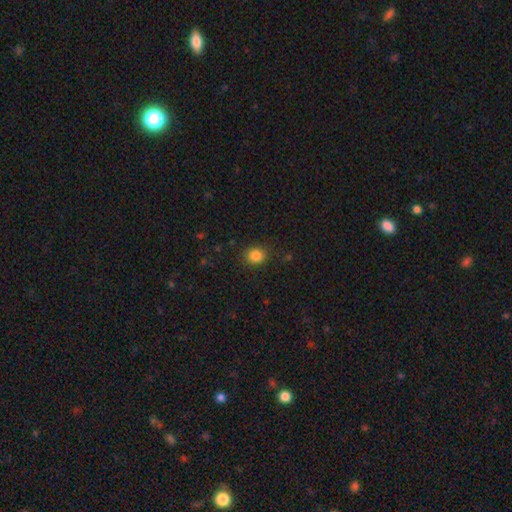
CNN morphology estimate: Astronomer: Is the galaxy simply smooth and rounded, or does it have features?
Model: smooth — 84%.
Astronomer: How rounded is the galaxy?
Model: round — 73%.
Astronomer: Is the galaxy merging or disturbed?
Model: none — 88%.